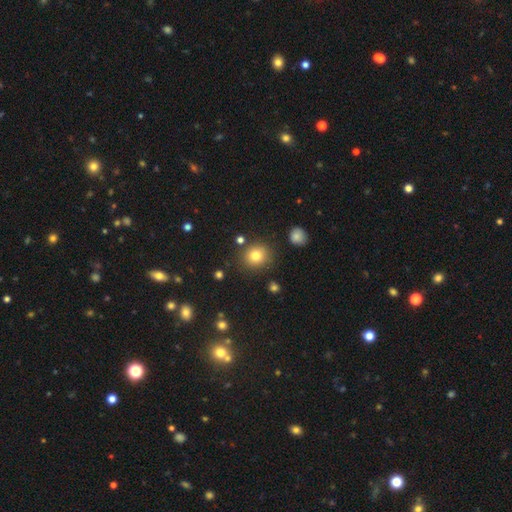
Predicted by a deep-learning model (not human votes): smooth 80%, star or artifact 13%, featured or disk 7%. Down the decision tree: how rounded — round (86%); merging — none (85%).